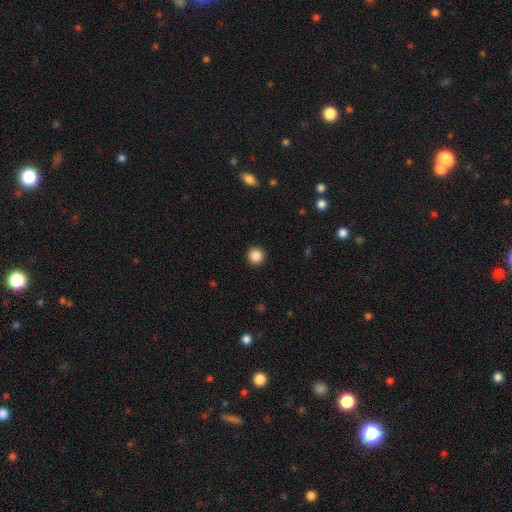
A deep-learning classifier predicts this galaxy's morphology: Smooth or featured?
  - smooth: 87% *
  - star or artifact: 10%
  - featured or disk: 3%
How rounded?
  - round: 96% *
  - in between: 3%
  - cigar-shaped: 1%
Merging?
  - none: 93% *
  - minor disturbance: 4%
  - major disturbance: 2%
  - merger: 1%